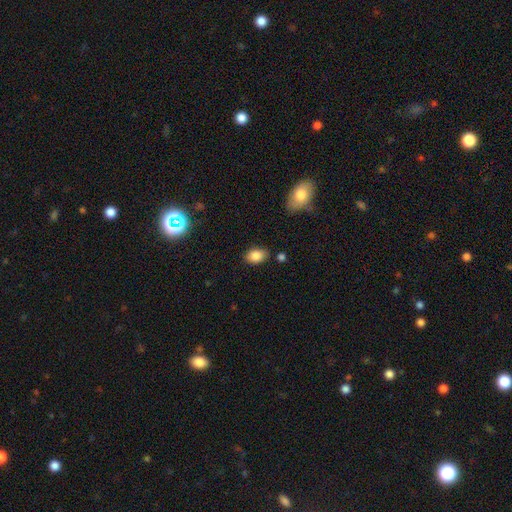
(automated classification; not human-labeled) smooth-or-featured: smooth: 85% | star or artifact: 9% | featured or disk: 6%
  how-rounded: in between: 82% | round: 17% | cigar-shaped: 1%
  merging: none: 80% | minor disturbance: 14% | merger: 3% | major disturbance: 3%